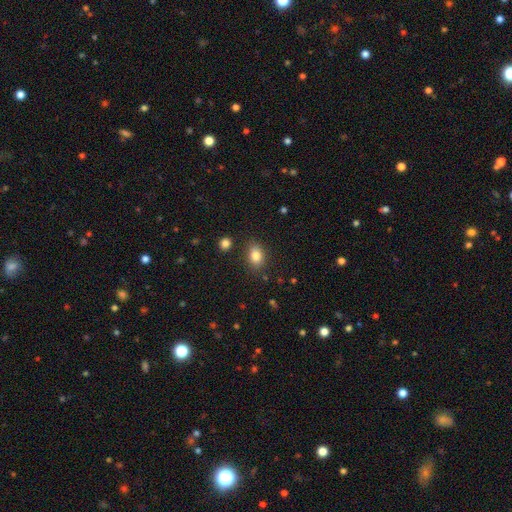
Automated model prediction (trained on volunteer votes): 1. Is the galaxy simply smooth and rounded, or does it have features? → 83% smooth, 9% star or artifact, 8% featured or disk.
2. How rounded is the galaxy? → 79% in between, 19% round, 2% cigar-shaped.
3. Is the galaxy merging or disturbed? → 83% none, 11% minor disturbance, 3% major disturbance, 3% merger.